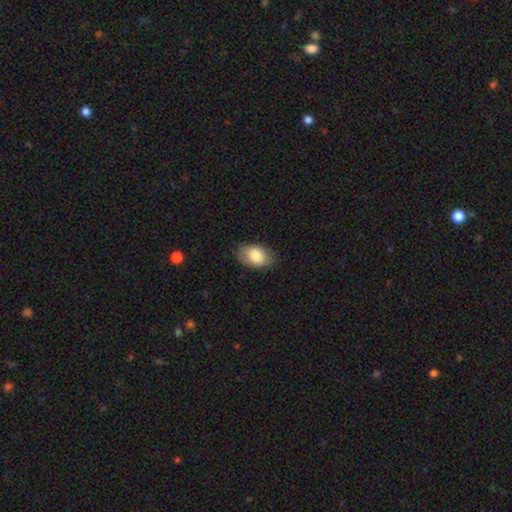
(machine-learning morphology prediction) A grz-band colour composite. It shows a smooth galaxy with no disk features (82%) that is in between round and cigar-shaped (88%). Merging: none (82%).